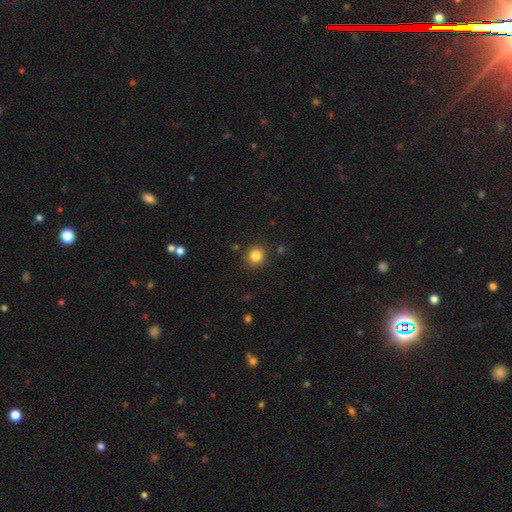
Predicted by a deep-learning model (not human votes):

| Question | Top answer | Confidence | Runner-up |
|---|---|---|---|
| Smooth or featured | smooth | 83% | star or artifact (11%) |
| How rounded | round | 88% | in between (11%) |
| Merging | none | 87% | minor disturbance (8%) |